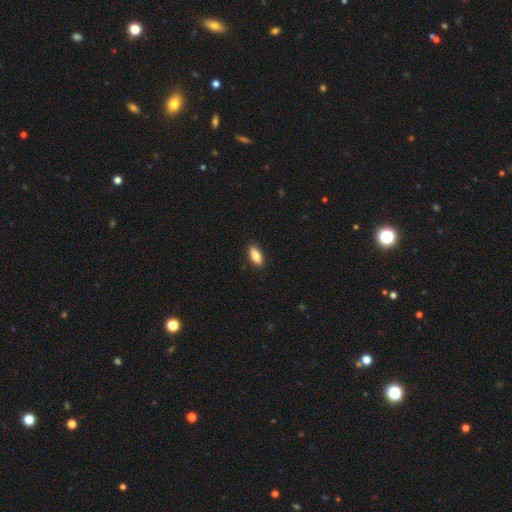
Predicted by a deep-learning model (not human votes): Smooth or featured: smooth — 84% (featured or disk — 9%)
How rounded: in between — 80% (cigar-shaped — 18%)
Merging: none — 89% (minor disturbance — 8%)